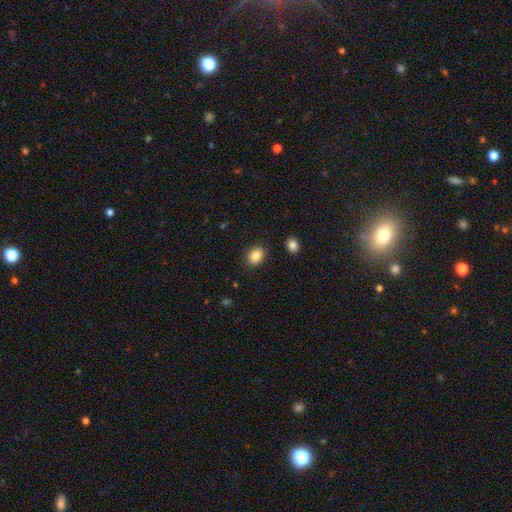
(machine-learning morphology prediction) Smooth or featured? Predicted: smooth (p=0.87). How rounded? Predicted: in between (p=0.63). Merging? Predicted: none (p=0.86).